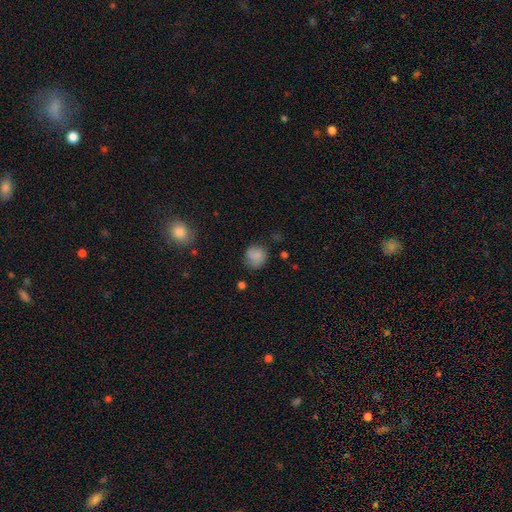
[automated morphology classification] smooth_or_featured: smooth (p=0.81) [alt: star or artifact p=0.11]
how_rounded: round (p=0.79) [alt: in between p=0.20]
merging: none (p=0.63) [alt: minor disturbance p=0.25]